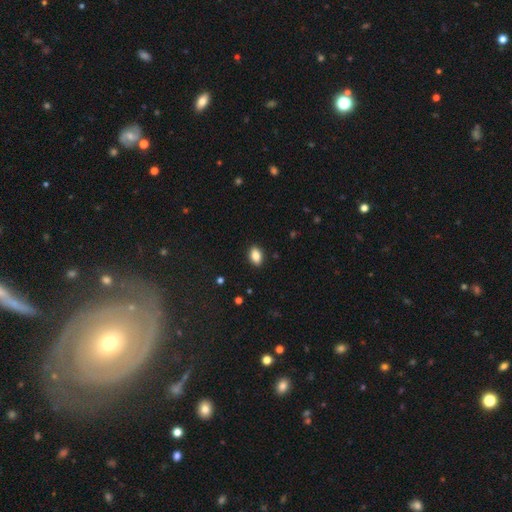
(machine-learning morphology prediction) Q: Smooth or featured?
A: smooth (85%); runner-up: star or artifact (8%)
Q: How rounded?
A: in between (88%); runner-up: round (9%)
Q: Merging?
A: none (89%); runner-up: minor disturbance (8%)